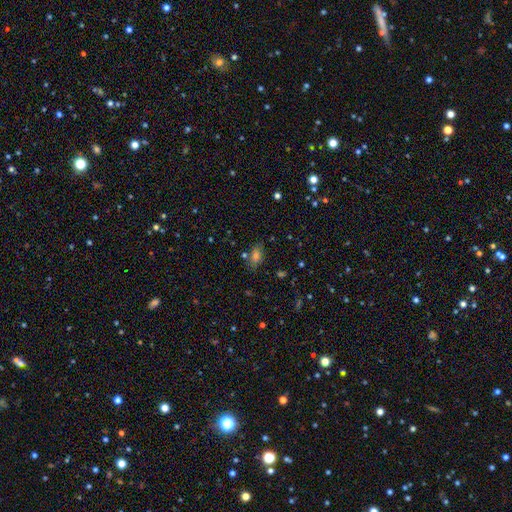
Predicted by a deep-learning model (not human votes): Smooth or featured: smooth — 66% (star or artifact — 23%)
How rounded: in between — 83% (round — 11%)
Merging: none — 76% (minor disturbance — 14%)